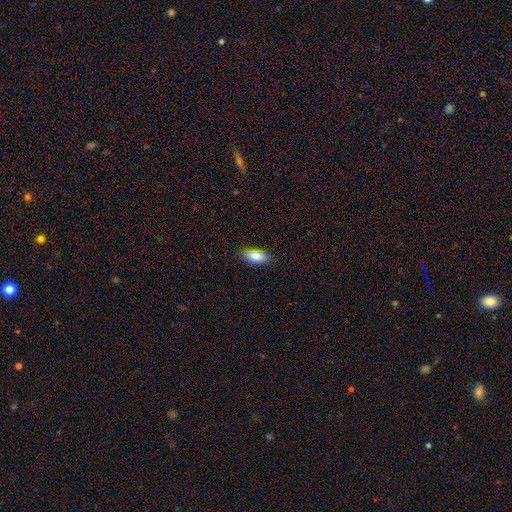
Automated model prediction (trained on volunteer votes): The model was most divided on "merging": none: 79%, minor disturbance: 17%, major disturbance: 3%, merger: 1%. More confident: how rounded — in between (87%); smooth or featured — smooth (84%).